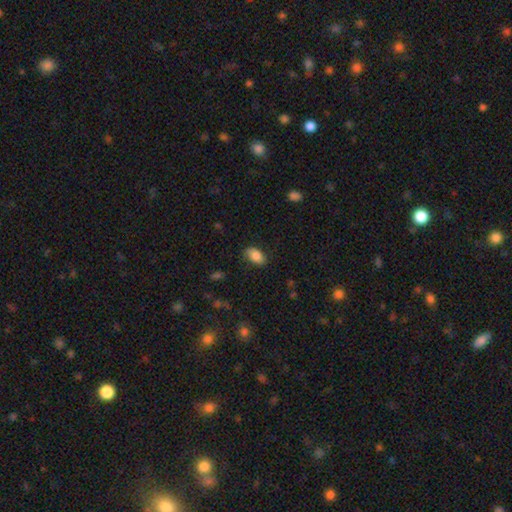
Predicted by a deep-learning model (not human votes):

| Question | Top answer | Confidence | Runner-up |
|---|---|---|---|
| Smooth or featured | smooth | 81% | featured or disk (11%) |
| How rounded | in between | 91% | round (7%) |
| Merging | none | 80% | minor disturbance (15%) |